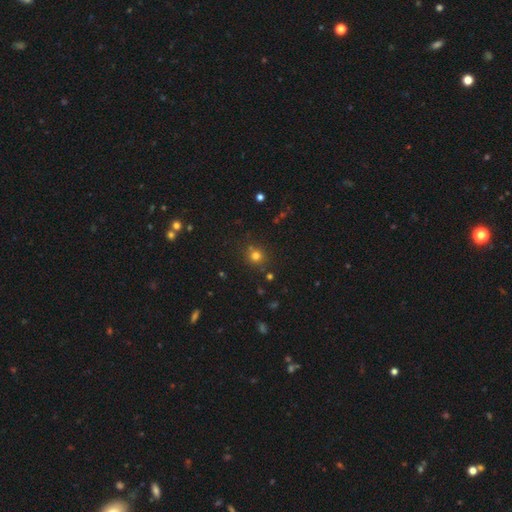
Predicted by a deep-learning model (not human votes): smooth 75%, star or artifact 19%, featured or disk 7%. Down the decision tree: how rounded — round (90%); merging — none (81%).